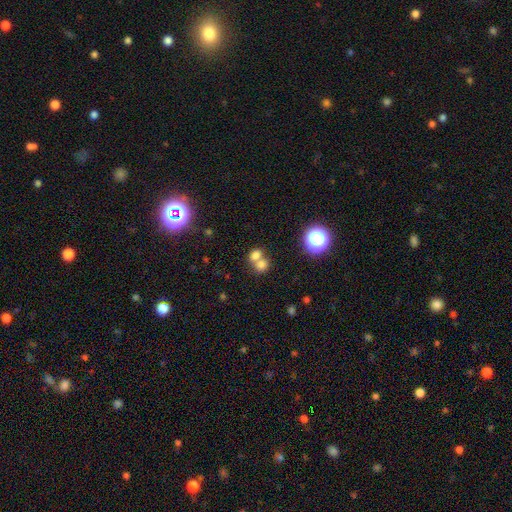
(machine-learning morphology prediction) smooth 73%, star or artifact 16%, featured or disk 11%. Down the decision tree: how rounded — round (55%); merging — merger (61%).